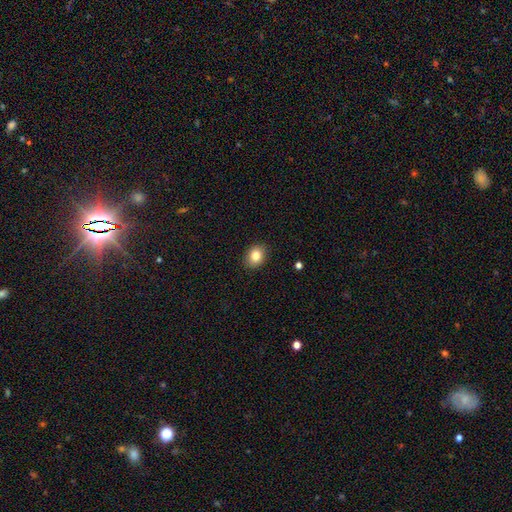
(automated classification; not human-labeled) This appears to be a smooth galaxy with no disk features (84%) that is in between round and cigar-shaped (53%). Merging: none (89%).